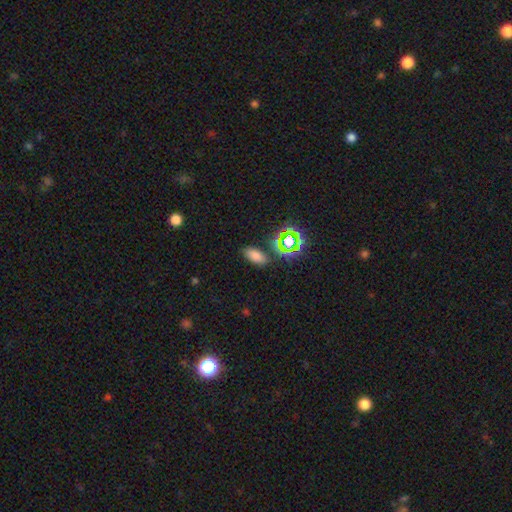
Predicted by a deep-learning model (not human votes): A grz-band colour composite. It shows a smooth galaxy with no disk features (70%) that is in between round and cigar-shaped (88%). Merging: none (81%).